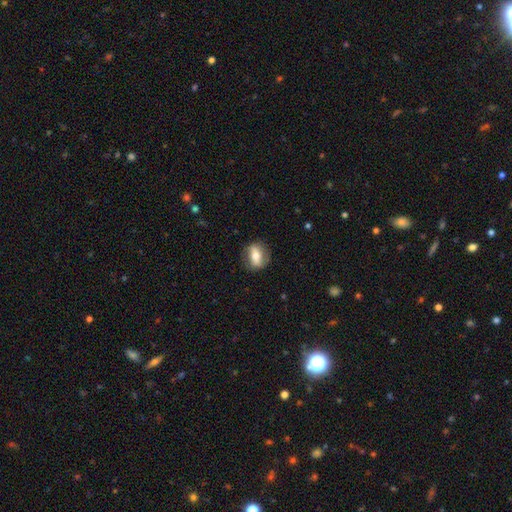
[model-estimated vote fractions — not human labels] smooth-or-featured: smooth: 49% | featured or disk: 44% | star or artifact: 7%
  merging: none: 82% | minor disturbance: 13% | major disturbance: 4% | merger: 1%